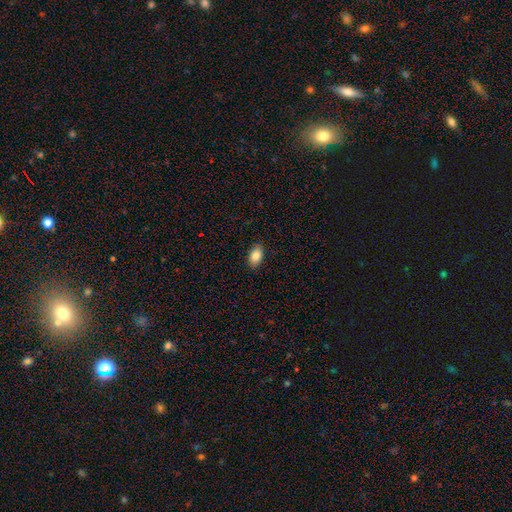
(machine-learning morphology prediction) type=smooth (87%); roundness=in between (92%); merging=none (88%).